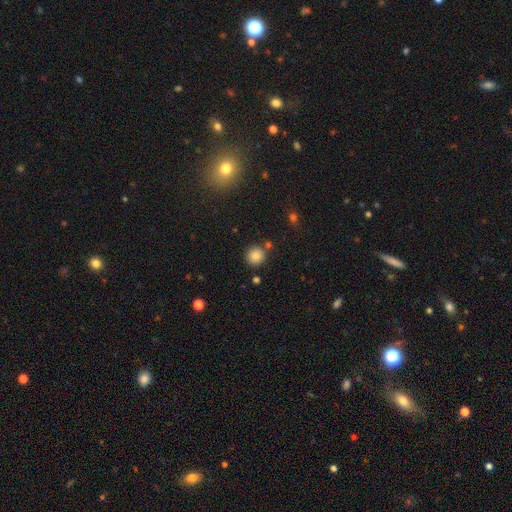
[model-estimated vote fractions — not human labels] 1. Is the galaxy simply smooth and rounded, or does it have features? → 83% smooth, 11% star or artifact, 6% featured or disk.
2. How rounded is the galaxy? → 92% round, 7% in between, 1% cigar-shaped.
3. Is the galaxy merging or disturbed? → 81% none, 8% minor disturbance, 8% merger, 3% major disturbance.